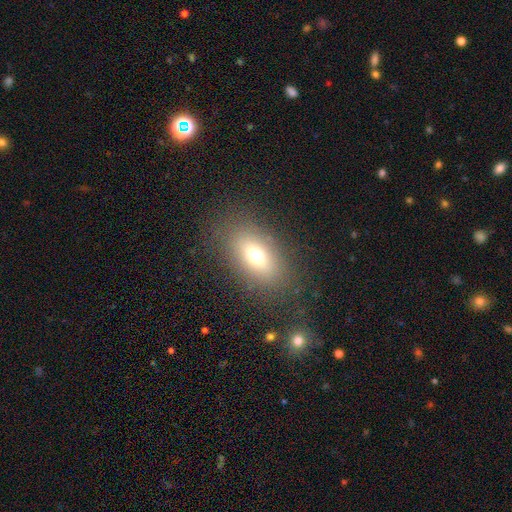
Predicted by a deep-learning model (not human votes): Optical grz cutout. It shows a smooth galaxy with no disk features (67%) that is in between round and cigar-shaped (81%). Merging: none (83%).